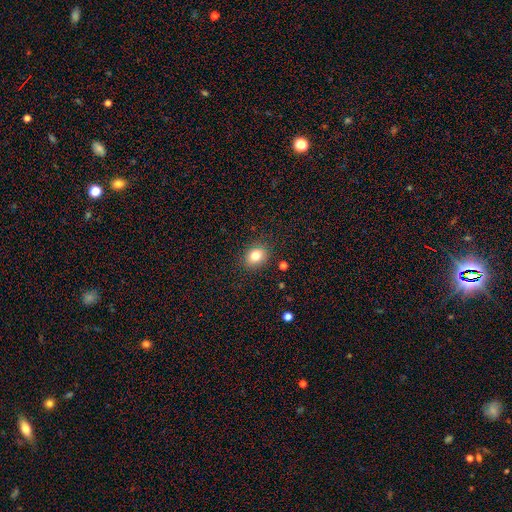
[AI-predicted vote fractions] smooth 81%, star or artifact 11%, featured or disk 9%. Down the decision tree: how rounded — round (53%); merging — none (87%).